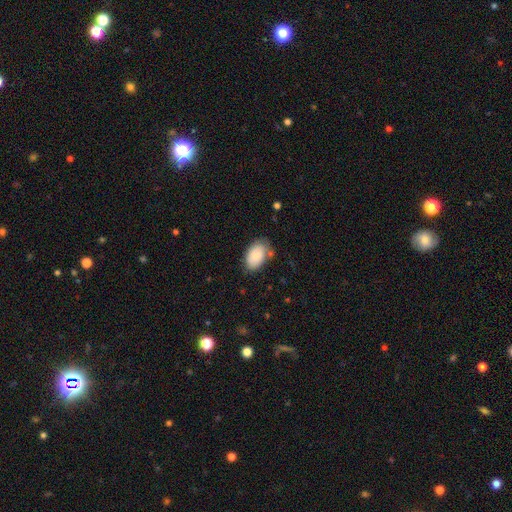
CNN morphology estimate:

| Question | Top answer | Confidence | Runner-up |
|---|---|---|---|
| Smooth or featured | smooth | 85% | featured or disk (8%) |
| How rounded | in between | 92% | round (7%) |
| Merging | none | 67% | minor disturbance (22%) |